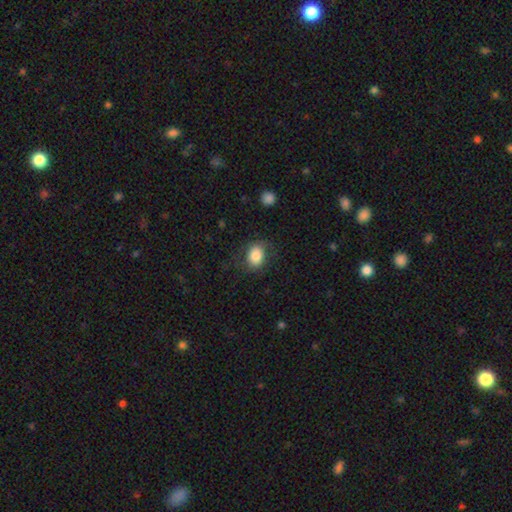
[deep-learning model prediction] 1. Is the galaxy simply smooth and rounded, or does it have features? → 81% smooth, 11% featured or disk, 8% star or artifact.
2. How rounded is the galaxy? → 63% in between, 36% round, 1% cigar-shaped.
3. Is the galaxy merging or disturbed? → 69% none, 20% minor disturbance, 10% major disturbance, 1% merger.